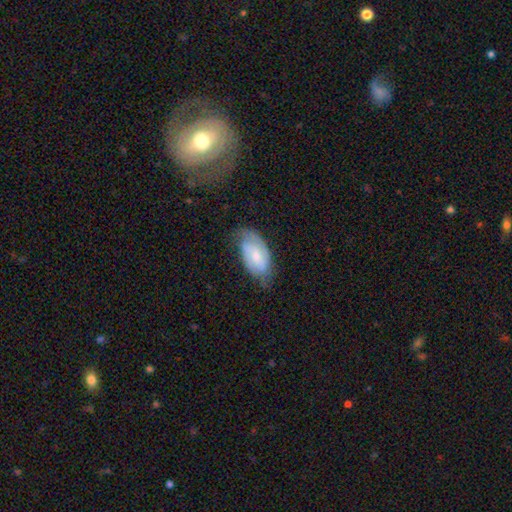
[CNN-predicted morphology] Smooth or featured: featured or disk — 52% (smooth — 41%)
Edge-on disk: no — 94% (yes — 6%)
Merging: none — 58% (minor disturbance — 31%)